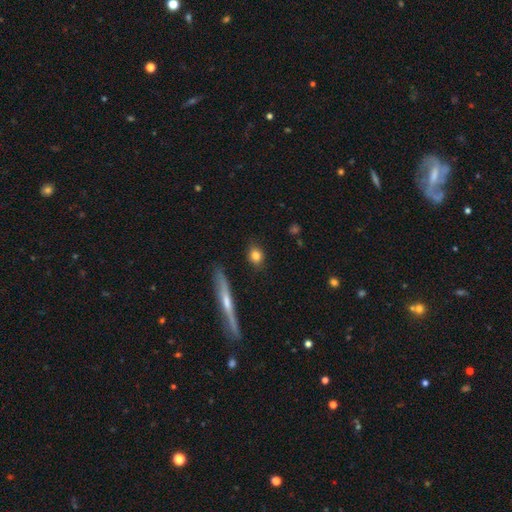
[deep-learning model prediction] smooth_or_featured: smooth (p=0.80) [alt: featured or disk p=0.11]
how_rounded: round (p=0.60) [alt: in between p=0.34]
merging: none (p=0.86) [alt: minor disturbance p=0.10]